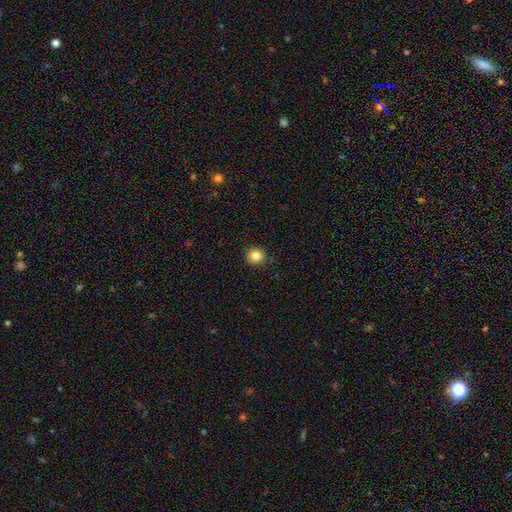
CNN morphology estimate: Smooth or featured: smooth — 85% (star or artifact — 11%)
How rounded: round — 91% (in between — 8%)
Merging: none — 91% (minor disturbance — 6%)